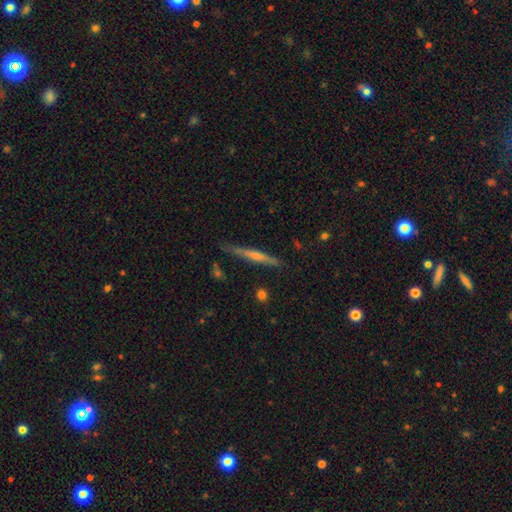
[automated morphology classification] Q: Smooth or featured?
A: featured or disk (65%); runner-up: smooth (28%)
Q: Edge-on disk?
A: yes (97%); runner-up: no (3%)
Q: Edge-on bulge?
A: rounded (56%); runner-up: none (34%)
Q: Merging?
A: none (84%); runner-up: minor disturbance (12%)